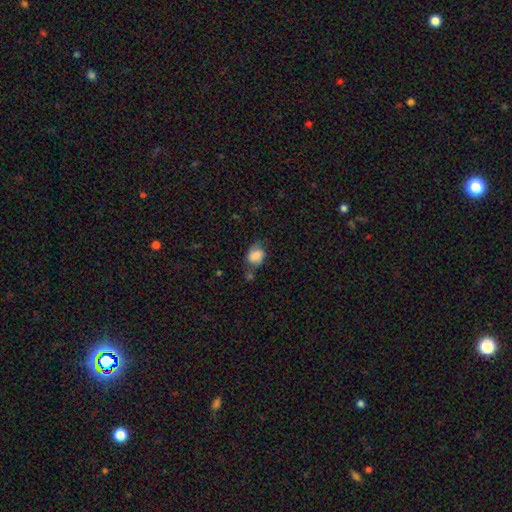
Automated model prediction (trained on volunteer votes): This appears to be a smooth galaxy with no disk features (66%) that is in between round and cigar-shaped (64%). Merging: none (45%).